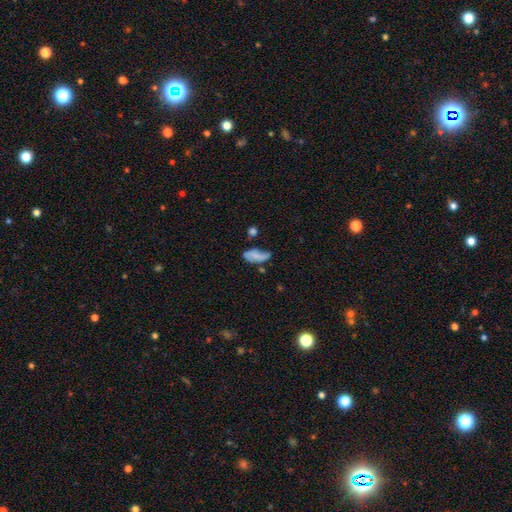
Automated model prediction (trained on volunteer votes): Smooth or featured: smooth — 61% (featured or disk — 29%)
How rounded: in between — 86% (cigar-shaped — 10%)
Merging: none — 37% (minor disturbance — 33%)